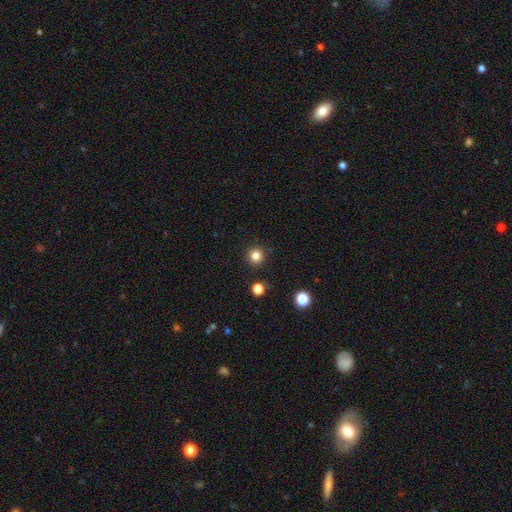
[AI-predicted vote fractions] Smooth or featured? Predicted: smooth (p=0.83). How rounded? Predicted: round (p=0.96). Merging? Predicted: none (p=0.91).